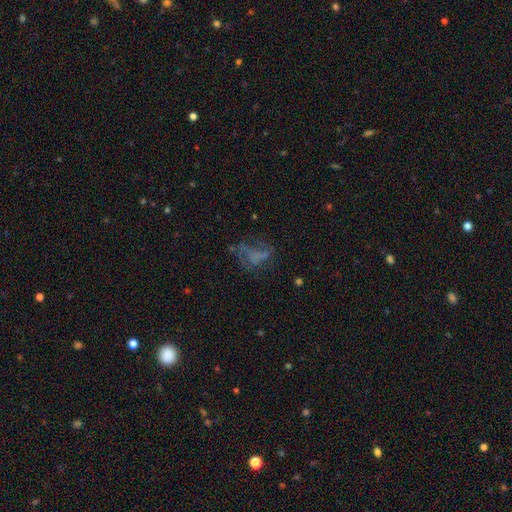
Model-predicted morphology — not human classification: smooth-or-featured: featured or disk: 42% | smooth: 35% | star or artifact: 23%
  merging: none: 39% | major disturbance: 37% | minor disturbance: 19% | merger: 5%